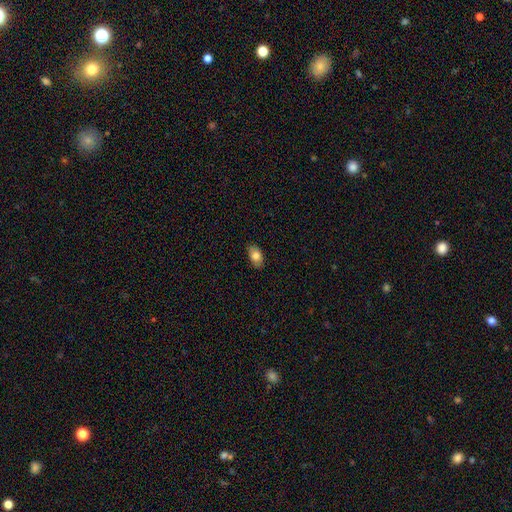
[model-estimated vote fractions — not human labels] A smooth galaxy with no disk features (81%) that is in between round and cigar-shaped (92%). Merging: none (86%).